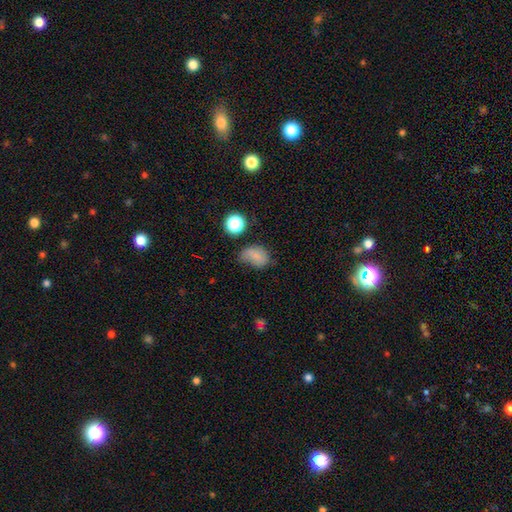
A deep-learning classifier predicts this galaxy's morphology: Smooth or featured? smooth (76%)
How rounded? in between (70%)
Merging? none (46%)